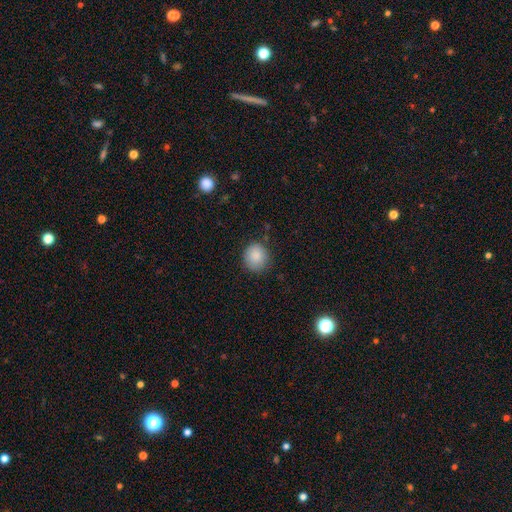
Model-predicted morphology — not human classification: Overall: smooth (87%). How rounded: round (85%). Merging: none (80%).